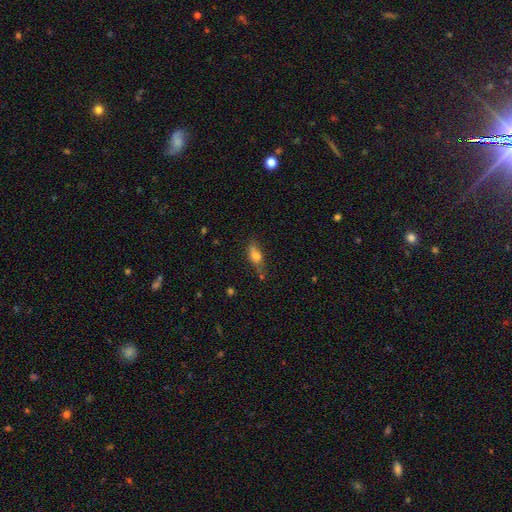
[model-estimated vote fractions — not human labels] smooth-or-featured: smooth: 66% | featured or disk: 24% | star or artifact: 10%
  how-rounded: in between: 67% | cigar-shaped: 26% | round: 7%
  merging: none: 60% | minor disturbance: 25% | major disturbance: 8% | merger: 7%